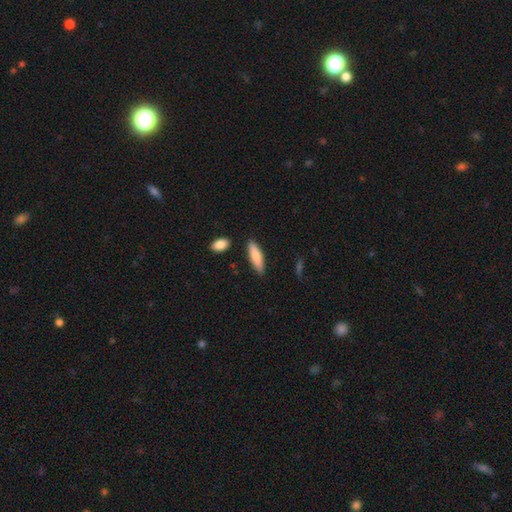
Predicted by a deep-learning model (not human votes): A smooth galaxy with no disk features (81%) that is cigar-shaped (66%). Merging: none (84%).